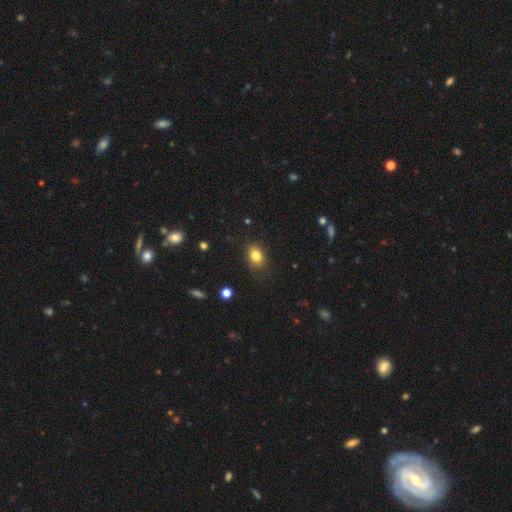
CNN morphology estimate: A smooth galaxy with no disk features (82%) that is in between round and cigar-shaped (71%).

Vote fractions:
- Smooth or featured? smooth: 82% / star or artifact: 10% / featured or disk: 8%
- How rounded? in between: 71% / round: 27% / cigar-shaped: 1%
- Merging? none: 79% / minor disturbance: 16% / major disturbance: 4% / merger: 1%